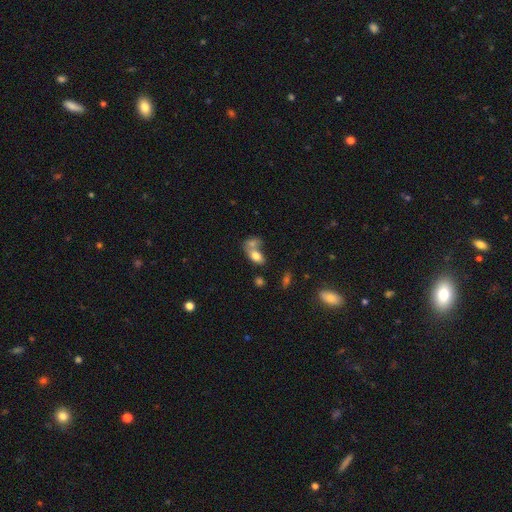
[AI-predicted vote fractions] Smooth or featured: smooth — 76% (featured or disk — 15%)
How rounded: in between — 86% (round — 11%)
Merging: merger — 59% (none — 27%)